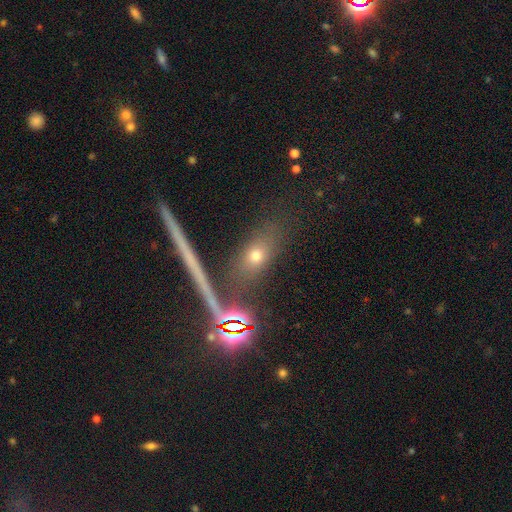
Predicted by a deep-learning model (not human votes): A smooth galaxy with no disk features (60%) that is in between round and cigar-shaped (52%).

Vote fractions:
- Smooth or featured? smooth: 60% / star or artifact: 21% / featured or disk: 19%
- How rounded? in between: 52% / round: 26% / cigar-shaped: 22%
- Merging? none: 76% / minor disturbance: 11% / merger: 7% / major disturbance: 5%